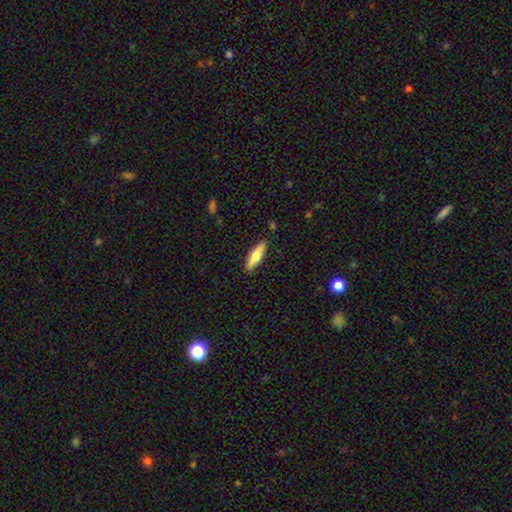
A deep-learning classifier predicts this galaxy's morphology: smooth 62%, featured or disk 32%, star or artifact 6%. Down the decision tree: how rounded — cigar-shaped (64%); merging — none (89%).